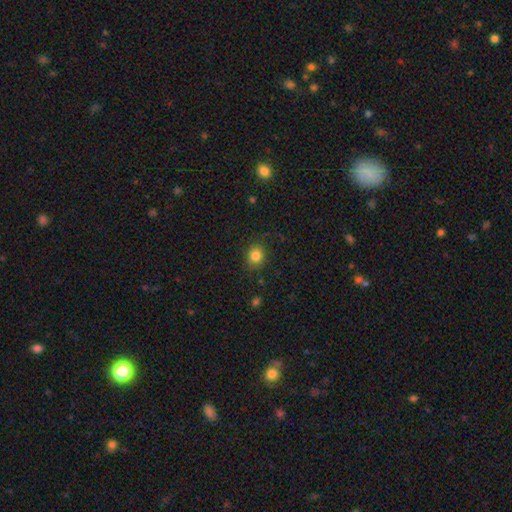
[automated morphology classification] This appears to be a smooth galaxy with no disk features (83%) that is round (78%). Merging: none (85%).